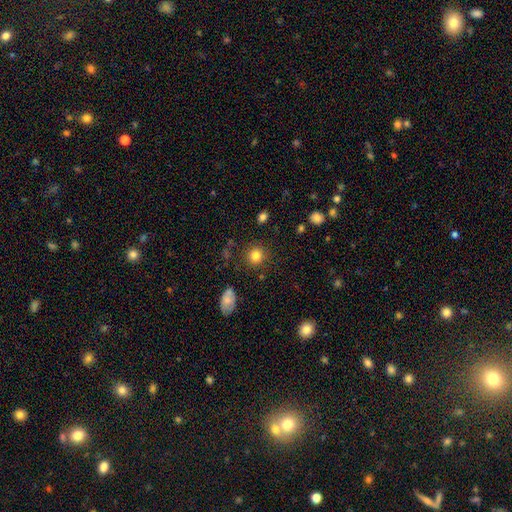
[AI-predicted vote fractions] A smooth galaxy with no disk features (82%) that is round (90%). Merging: none (87%).